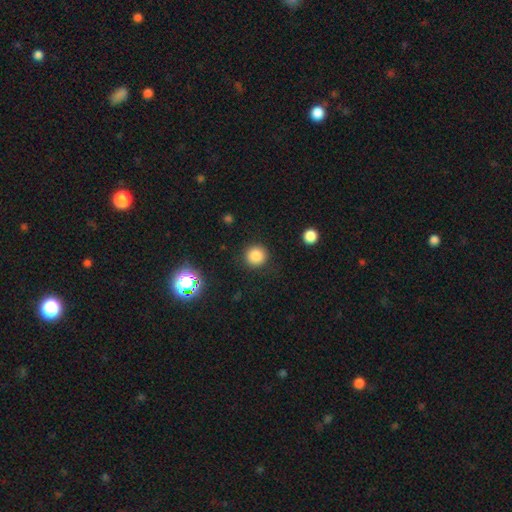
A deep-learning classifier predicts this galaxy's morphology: smooth-or-featured: smooth: 84% | star or artifact: 12% | featured or disk: 4%
  how-rounded: round: 94% | in between: 6% | cigar-shaped: 1%
  merging: none: 89% | minor disturbance: 7% | major disturbance: 3% | merger: 1%